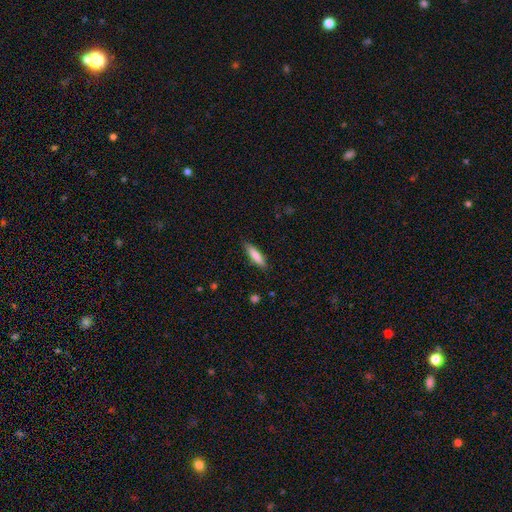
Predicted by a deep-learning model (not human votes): Smooth or featured? Predicted: smooth (p=0.80). How rounded? Predicted: cigar-shaped (p=0.70). Merging? Predicted: none (p=0.87).